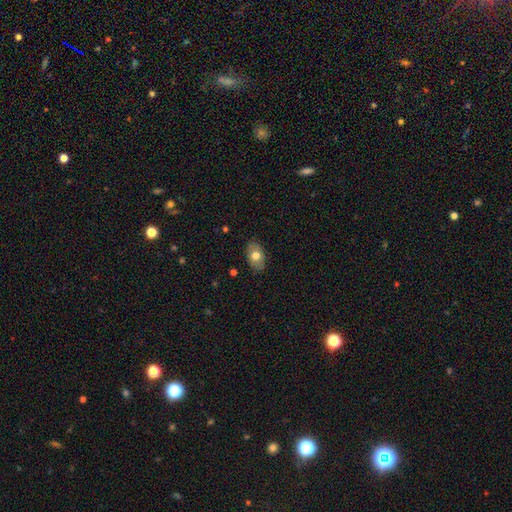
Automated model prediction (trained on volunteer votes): Q: Smooth or featured?
A: smooth (72%); runner-up: featured or disk (21%)
Q: How rounded?
A: in between (88%); runner-up: round (10%)
Q: Merging?
A: none (85%); runner-up: minor disturbance (12%)